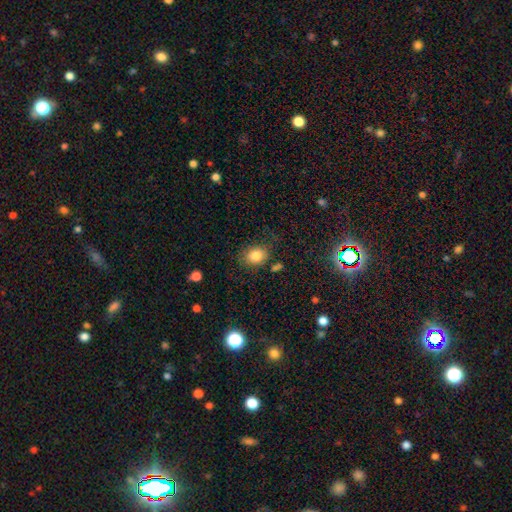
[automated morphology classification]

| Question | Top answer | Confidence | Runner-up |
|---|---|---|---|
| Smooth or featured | smooth | 83% | star or artifact (10%) |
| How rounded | in between | 51% | round (48%) |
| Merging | none | 74% | minor disturbance (16%) |